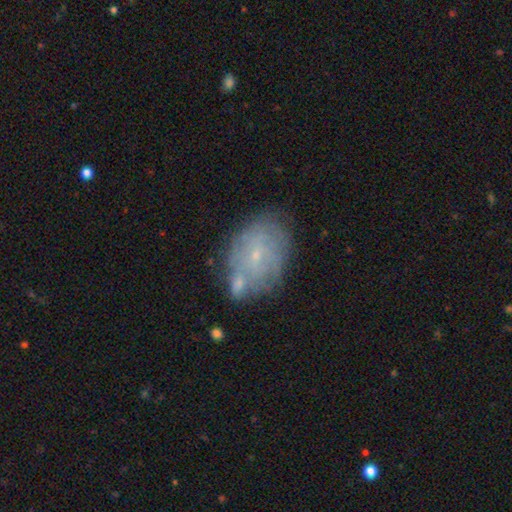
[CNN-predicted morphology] Q: Smooth or featured?
A: featured or disk (53%); runner-up: smooth (36%)
Q: Edge-on disk?
A: no (96%); runner-up: yes (4%)
Q: Bar?
A: no (75%); runner-up: weak (21%)
Q: Spiral arms?
A: yes (55%); runner-up: no (45%)
Q: Bulge size?
A: small (83%); runner-up: moderate (12%)
Q: Merging?
A: none (55%); runner-up: minor disturbance (22%)